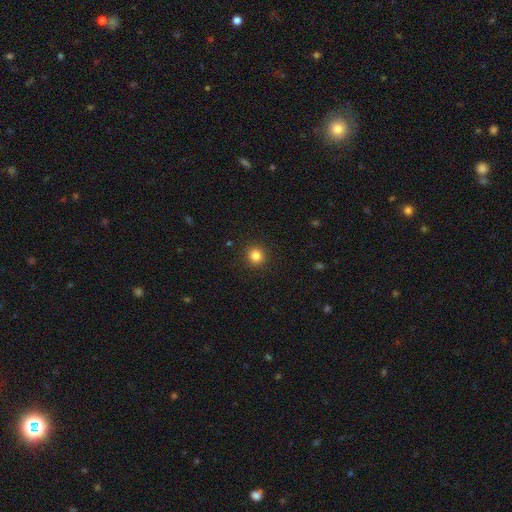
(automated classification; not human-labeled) Morphology: type=smooth (83%); roundness=round (93%); merging=none (92%).